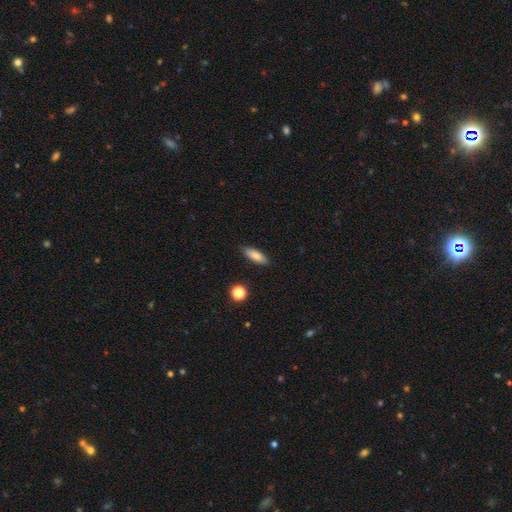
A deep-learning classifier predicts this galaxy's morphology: A smooth galaxy with no disk features (80%) that is in between round and cigar-shaped (63%).

Vote fractions:
- Smooth or featured? smooth: 80% / featured or disk: 13% / star or artifact: 8%
- How rounded? in between: 63% / cigar-shaped: 34% / round: 3%
- Merging? none: 87% / minor disturbance: 10% / major disturbance: 2% / merger: 2%